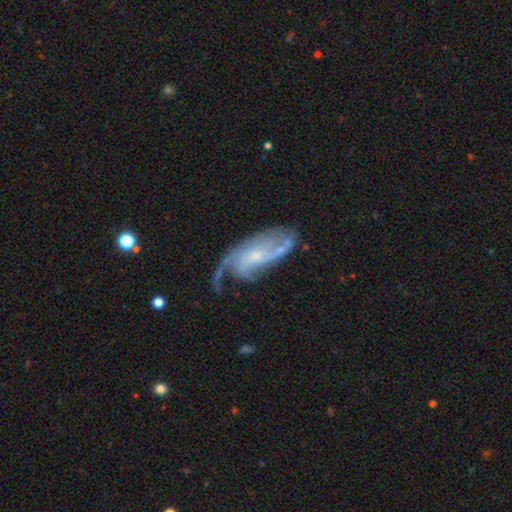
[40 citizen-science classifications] This appears to be a featured or disk galaxy (82%) with no bar (81%), medium (45%) spiral arms (94%) and a small central bulge (58%). Merging: none (62%).